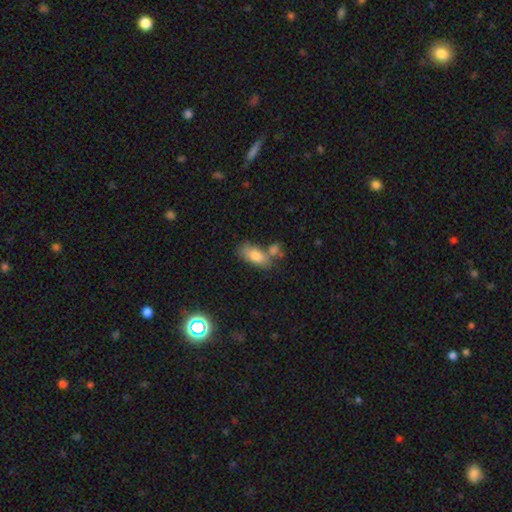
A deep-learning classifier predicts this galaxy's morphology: smooth-or-featured: smooth: 79% | featured or disk: 13% | star or artifact: 9%
  how-rounded: in between: 85% | cigar-shaped: 11% | round: 4%
  merging: none: 51% | merger: 27% | minor disturbance: 17% | major disturbance: 6%